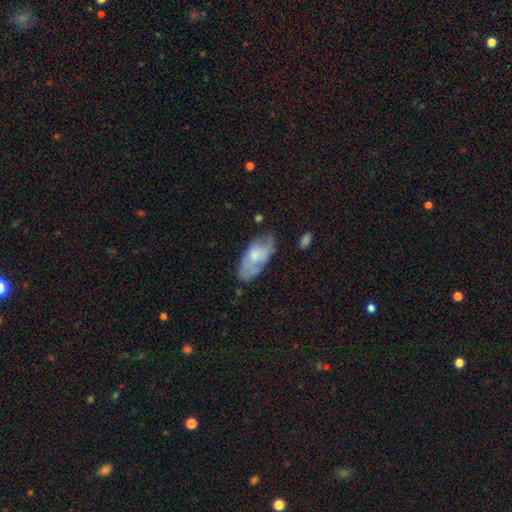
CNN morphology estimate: type=smooth (52%); roundness=in between (90%); merging=none (55%).